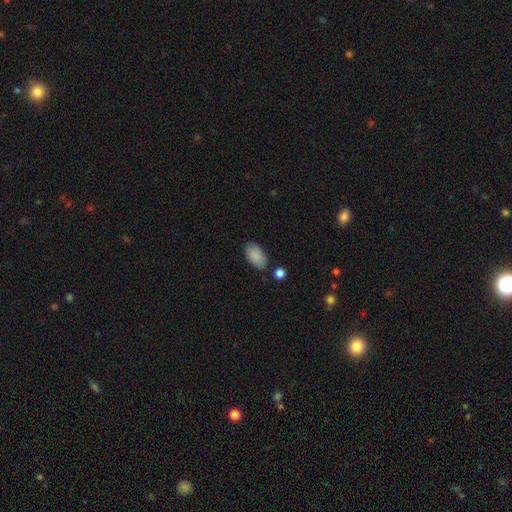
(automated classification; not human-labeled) The model was most divided on "merging": none: 79%, minor disturbance: 13%, merger: 4%, major disturbance: 3%. More confident: how rounded — in between (94%); smooth or featured — smooth (89%).